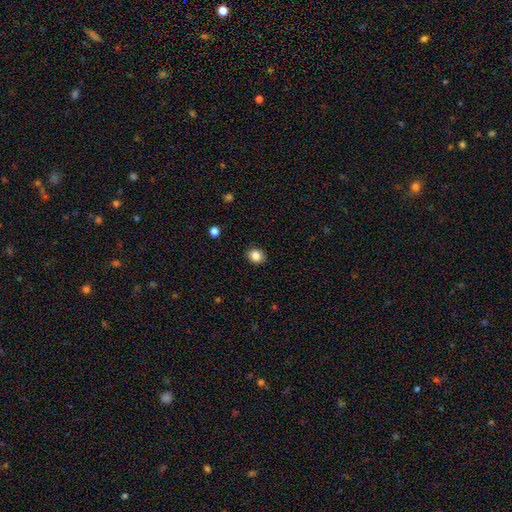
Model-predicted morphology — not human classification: Overall: smooth (84%). How rounded: round (60%; in between 40%). Merging: none (89%).